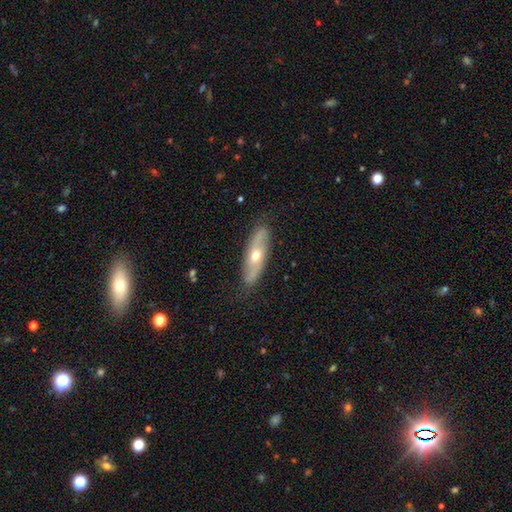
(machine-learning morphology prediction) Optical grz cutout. It shows a featured or disk galaxy (59%). Merging: none (80%).